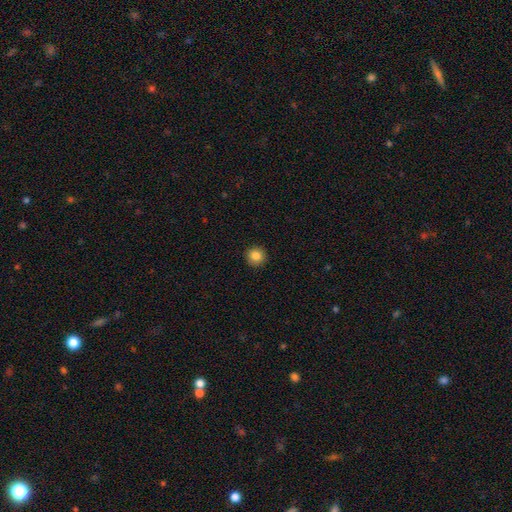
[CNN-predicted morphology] This is clearly a smooth galaxy (85%). How rounded: clearly round (94%). Merging: clearly none (92%).